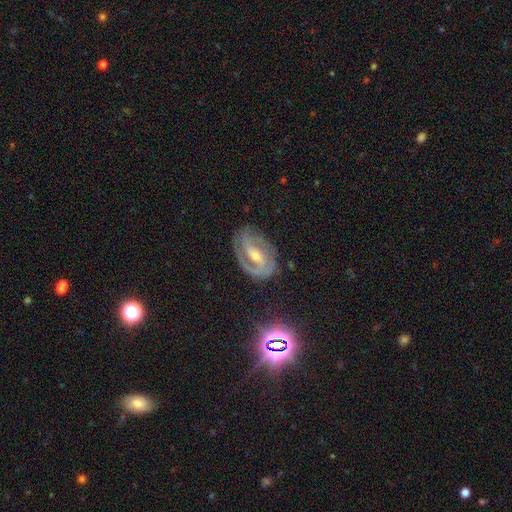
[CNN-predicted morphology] smooth-or-featured: featured or disk: 84% | star or artifact: 9% | smooth: 7%
  disk-edge-on: no: 96% | yes: 4%
    bar: strong: 43% | weak: 38% | no: 19%
    has-spiral-arms: yes: 94% | no: 6%
      spiral-winding: tight: 49% | medium: 41% | loose: 10%
      spiral-arm-count: 2: 73% | can't tell: 10% | 1: 8% | 3: 6% | 4: 2% | more than 4: 2%
    bulge-size: moderate: 49% | small: 47% | large: 2% | none: 1% | dominant: 1%
  merging: none: 75% | minor disturbance: 17% | major disturbance: 7% | merger: 2%